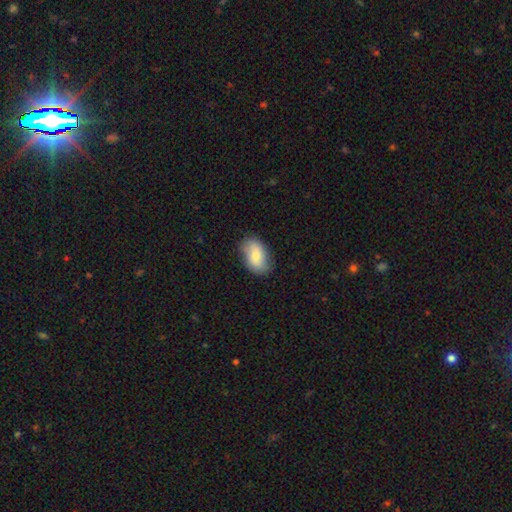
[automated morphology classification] smooth-or-featured: smooth: 72% | featured or disk: 21% | star or artifact: 7%
  how-rounded: in between: 89% | round: 9% | cigar-shaped: 2%
  merging: none: 80% | minor disturbance: 15% | major disturbance: 3% | merger: 1%